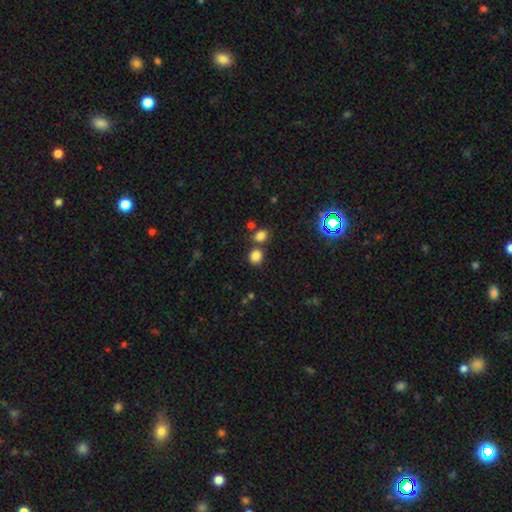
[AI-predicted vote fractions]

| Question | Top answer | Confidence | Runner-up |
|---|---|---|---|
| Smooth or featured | smooth | 82% | star or artifact (13%) |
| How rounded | round | 77% | in between (22%) |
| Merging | none | 70% | merger (19%) |